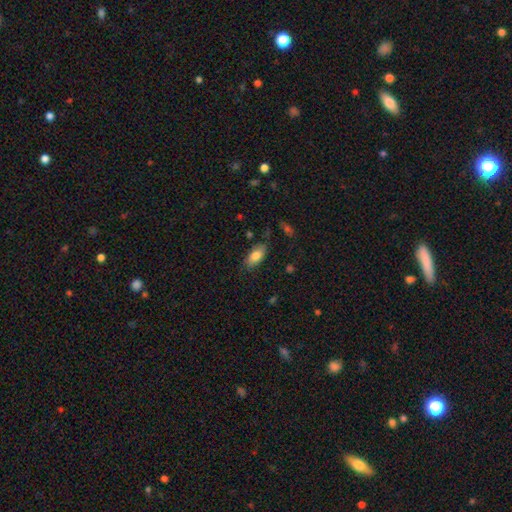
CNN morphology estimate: Smooth or featured? smooth (82%)
How rounded? in between (89%)
Merging? none (77%)